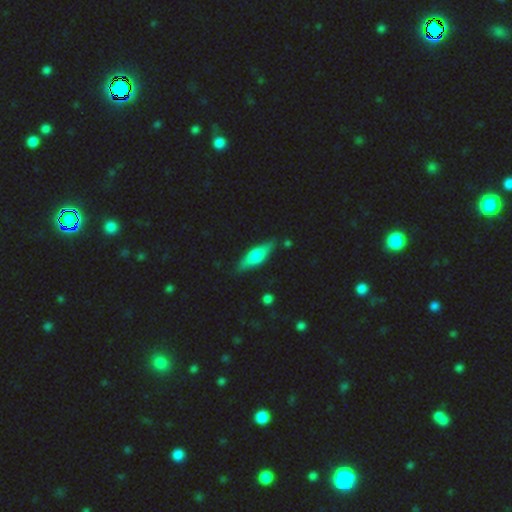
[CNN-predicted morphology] smooth 52%, featured or disk 41%, star or artifact 7%. Down the decision tree: how rounded — in between (49%); merging — none (83%).